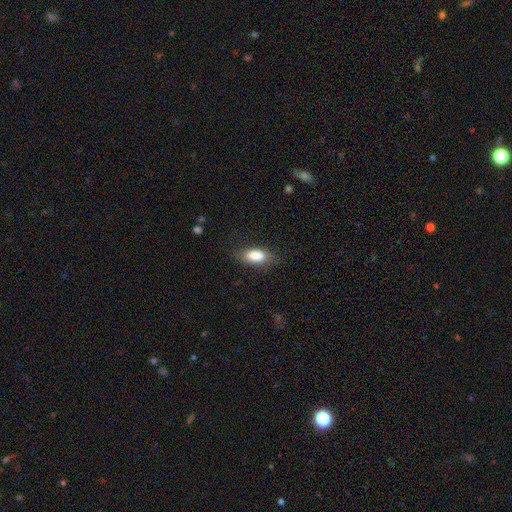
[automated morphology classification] Smooth or featured: smooth — 83% (featured or disk — 9%)
How rounded: in between — 85% (cigar-shaped — 11%)
Merging: none — 73% (minor disturbance — 20%)